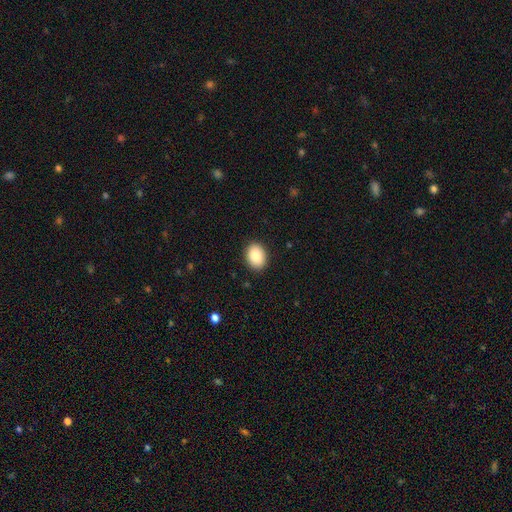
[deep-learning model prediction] Smooth or featured?
  - smooth: 89% *
  - star or artifact: 7%
  - featured or disk: 4%
How rounded?
  - in between: 69% *
  - round: 30%
  - cigar-shaped: 1%
Merging?
  - none: 90% *
  - minor disturbance: 7%
  - major disturbance: 2%
  - merger: 1%